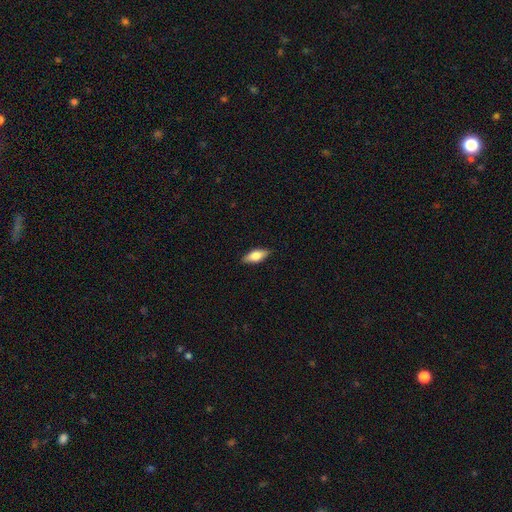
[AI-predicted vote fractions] smooth_or_featured: smooth (p=0.69) [alt: featured or disk p=0.25]
how_rounded: in between (p=0.78) [alt: cigar-shaped p=0.19]
merging: none (p=0.86) [alt: minor disturbance p=0.11]